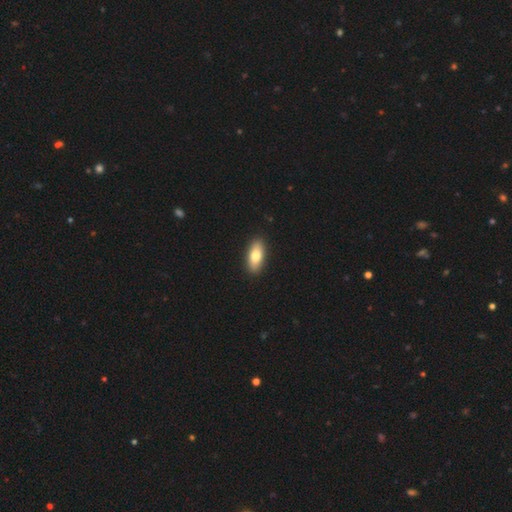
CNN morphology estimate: The model was most divided on "smooth or featured": smooth: 77%, featured or disk: 17%, star or artifact: 6%. More confident: merging — none (91%); how rounded — in between (85%).